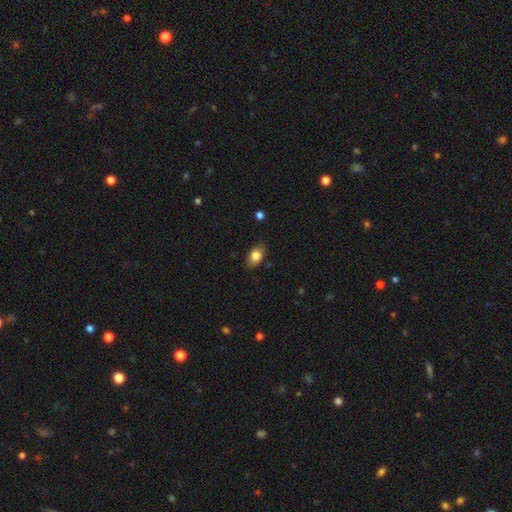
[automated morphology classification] Smooth or featured? smooth (82%)
How rounded? in between (83%)
Merging? none (81%)